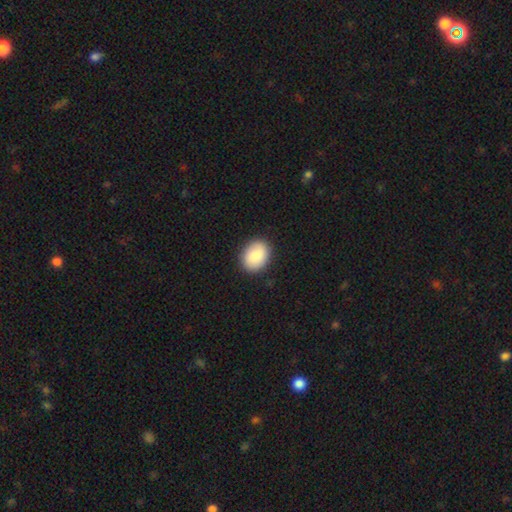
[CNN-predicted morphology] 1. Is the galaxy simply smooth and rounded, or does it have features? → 87% smooth, 6% featured or disk, 6% star or artifact.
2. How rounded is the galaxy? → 62% in between, 37% round, 1% cigar-shaped.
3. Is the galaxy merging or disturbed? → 89% none, 8% minor disturbance, 2% major disturbance, 1% merger.